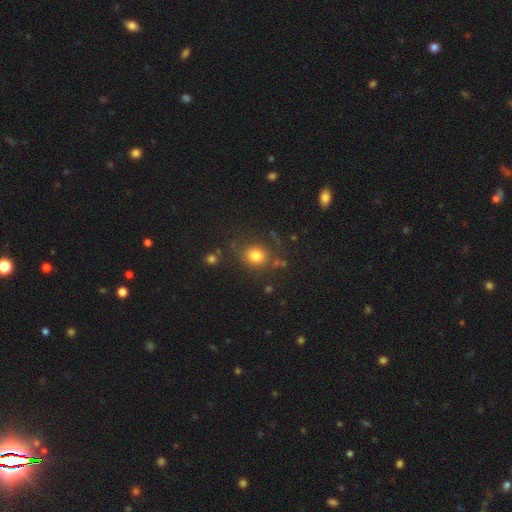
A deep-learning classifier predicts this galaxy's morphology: Smooth or featured? smooth (79%)
How rounded? round (77%)
Merging? none (78%)